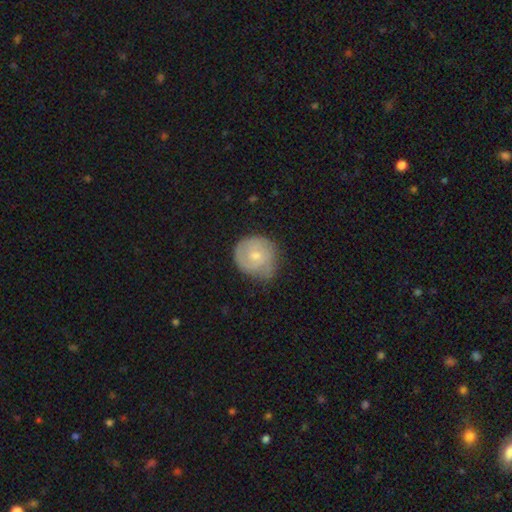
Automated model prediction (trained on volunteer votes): This is possibly a featured or disk galaxy (48%). Merging: possibly none (54%).